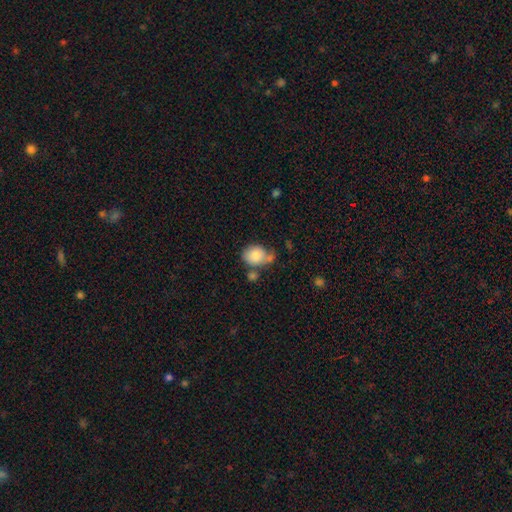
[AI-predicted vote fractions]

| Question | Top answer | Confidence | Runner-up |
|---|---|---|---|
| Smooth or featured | smooth | 81% | featured or disk (11%) |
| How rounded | round | 53% | in between (46%) |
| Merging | none | 50% | minor disturbance (22%) |